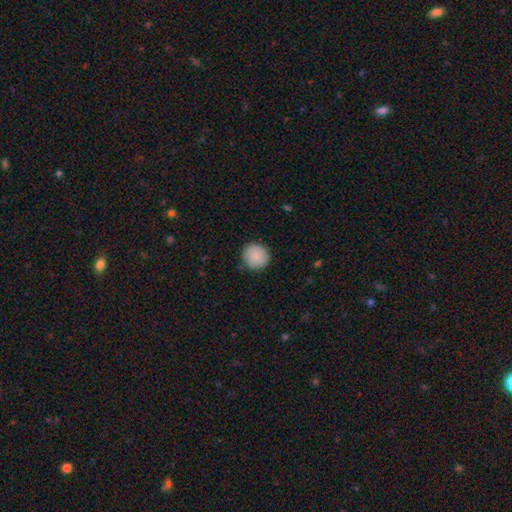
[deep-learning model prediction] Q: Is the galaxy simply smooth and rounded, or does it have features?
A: smooth — 89%.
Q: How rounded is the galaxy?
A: round — 93%.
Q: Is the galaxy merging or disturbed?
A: none — 87%.